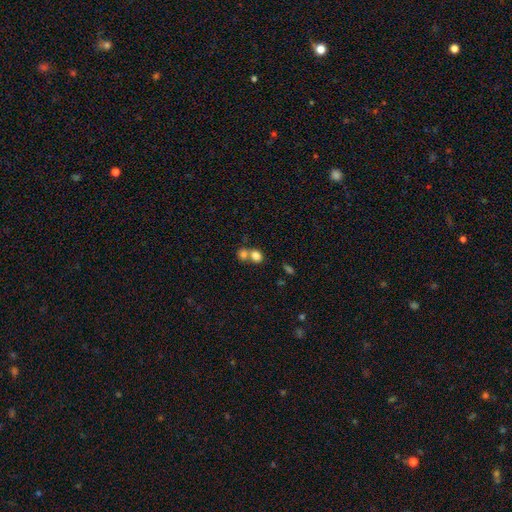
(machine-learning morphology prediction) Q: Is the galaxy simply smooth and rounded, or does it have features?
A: smooth — 80%.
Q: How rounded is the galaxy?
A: round — 61%.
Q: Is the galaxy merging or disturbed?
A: merger — 49%.